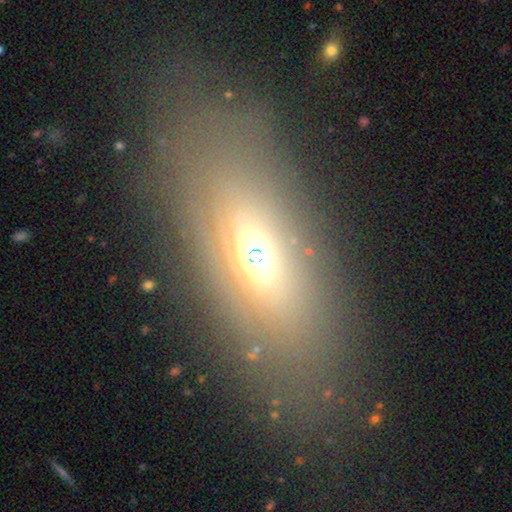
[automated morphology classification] This appears to be a smooth galaxy with no disk features (48%). Merging: none (73%).